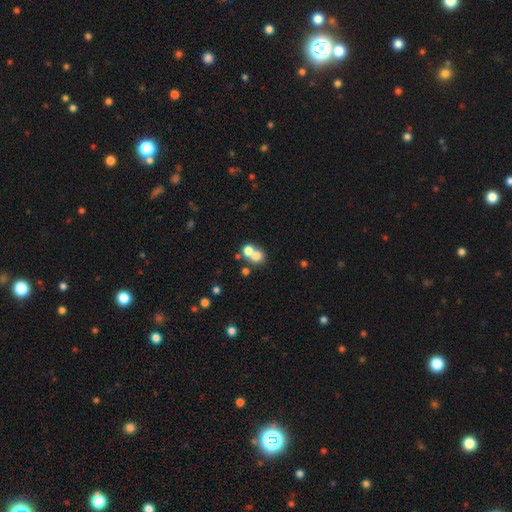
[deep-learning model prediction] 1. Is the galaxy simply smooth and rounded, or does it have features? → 70% smooth, 16% featured or disk, 13% star or artifact.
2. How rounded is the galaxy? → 73% round, 26% in between, 1% cigar-shaped.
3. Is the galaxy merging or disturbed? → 57% merger, 34% none, 6% minor disturbance, 4% major disturbance.